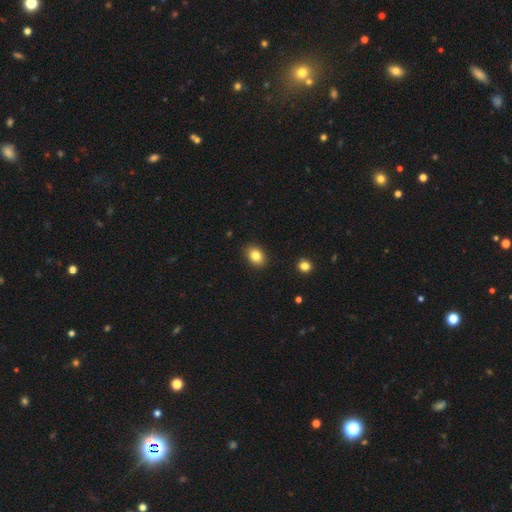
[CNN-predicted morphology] smooth 83%, star or artifact 9%, featured or disk 8%. Down the decision tree: how rounded — in between (72%); merging — none (87%).